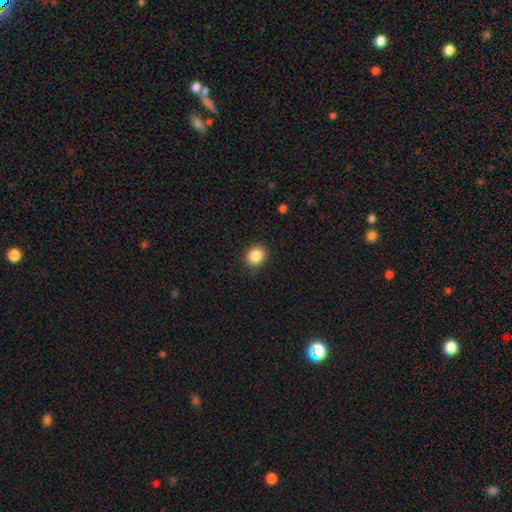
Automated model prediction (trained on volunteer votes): Smooth or featured: smooth — 87% (star or artifact — 9%)
How rounded: round — 72% (in between — 27%)
Merging: none — 87% (minor disturbance — 9%)